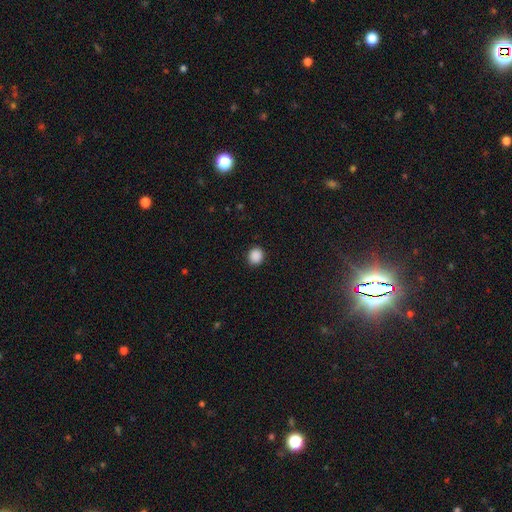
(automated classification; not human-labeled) Morphology: type=smooth (88%); roundness=round (77%); merging=none (90%).